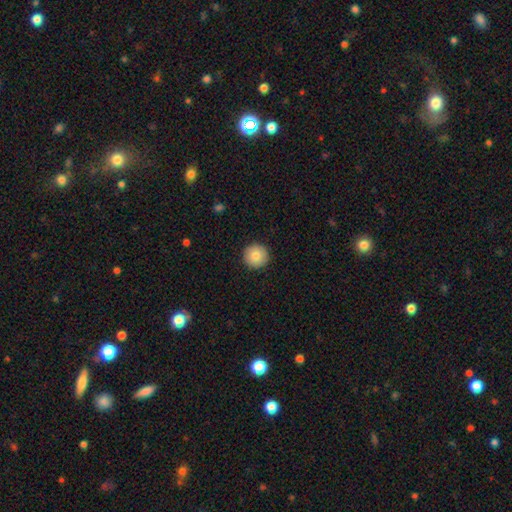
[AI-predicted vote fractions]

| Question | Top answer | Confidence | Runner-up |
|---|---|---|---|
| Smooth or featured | smooth | 83% | featured or disk (9%) |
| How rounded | round | 96% | in between (3%) |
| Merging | none | 93% | minor disturbance (5%) |